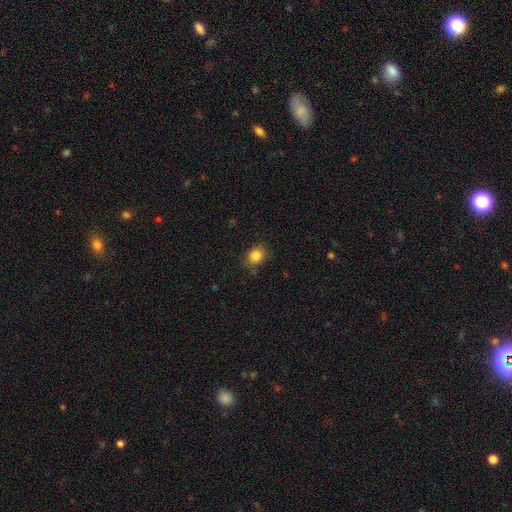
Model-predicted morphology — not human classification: Smooth or featured?
  - smooth: 85% *
  - star or artifact: 10%
  - featured or disk: 5%
How rounded?
  - round: 58% *
  - in between: 41%
  - cigar-shaped: 1%
Merging?
  - none: 79% *
  - minor disturbance: 15%
  - major disturbance: 4%
  - merger: 2%